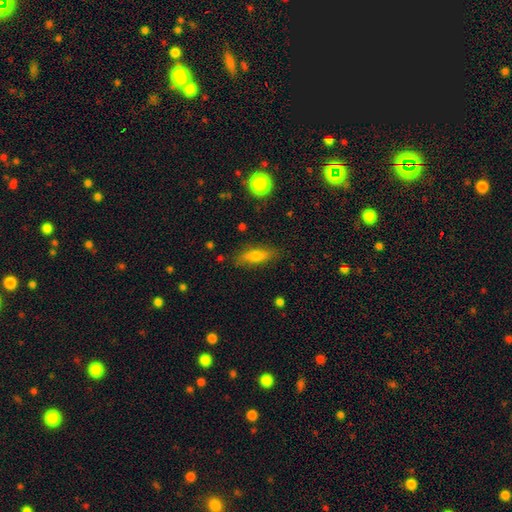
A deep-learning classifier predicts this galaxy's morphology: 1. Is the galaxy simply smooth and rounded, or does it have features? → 69% smooth, 23% featured or disk, 8% star or artifact.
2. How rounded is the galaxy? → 59% in between, 37% cigar-shaped, 4% round.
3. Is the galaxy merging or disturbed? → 81% none, 14% minor disturbance, 3% major disturbance, 2% merger.